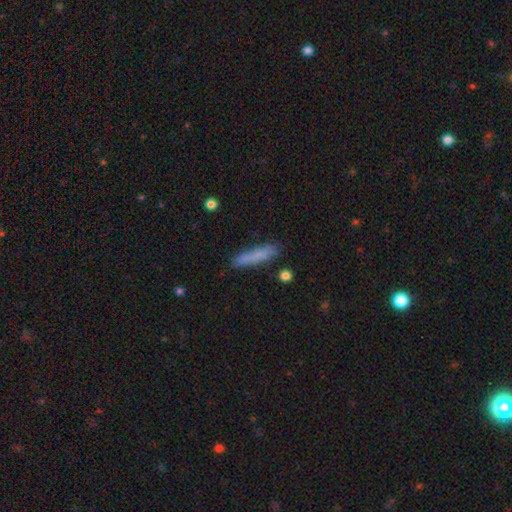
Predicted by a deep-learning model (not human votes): Smooth or featured? smooth (79%)
How rounded? cigar-shaped (88%)
Merging? none (82%)